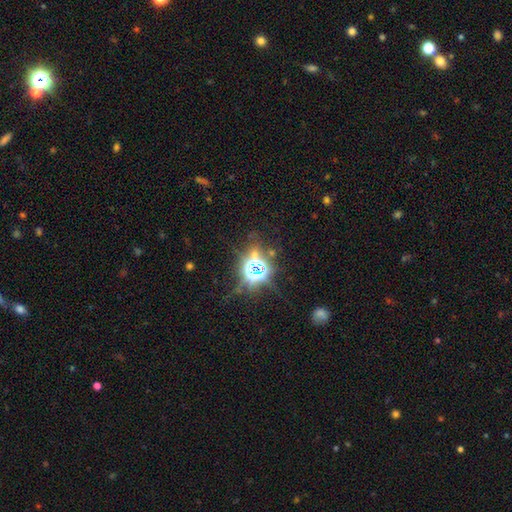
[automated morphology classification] Q: Smooth or featured?
A: star or artifact (73%); runner-up: smooth (16%)